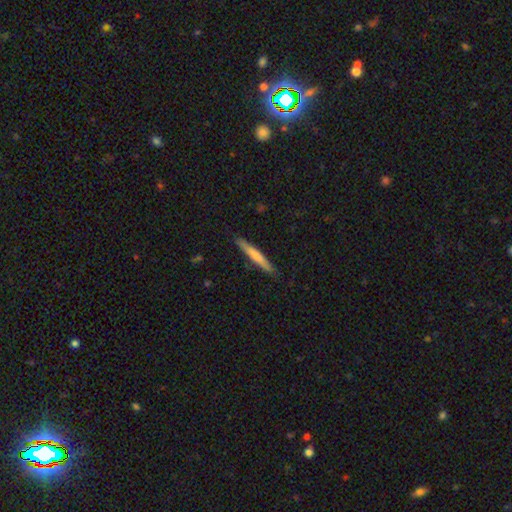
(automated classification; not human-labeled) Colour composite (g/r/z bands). It shows a smooth galaxy with no disk features (66%) that is cigar-shaped (95%). Merging: none (88%).